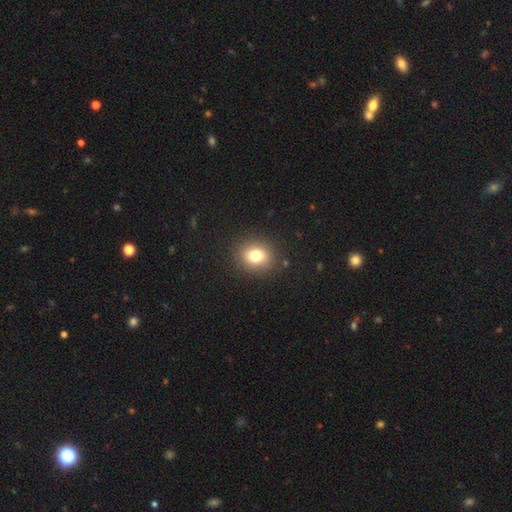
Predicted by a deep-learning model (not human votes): This is likely a smooth galaxy (78%). How rounded: likely round (67%). Merging: clearly none (88%).